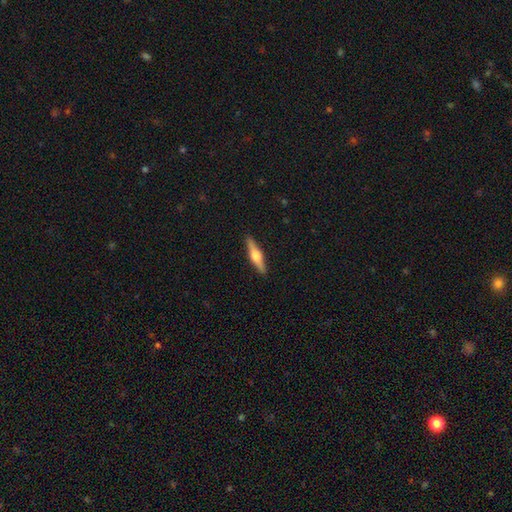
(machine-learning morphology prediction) Overall: featured or disk (60%; smooth 35%). Edge-on disk: yes (97%). Edge-on bulge: rounded (91%). Merging: none (91%).